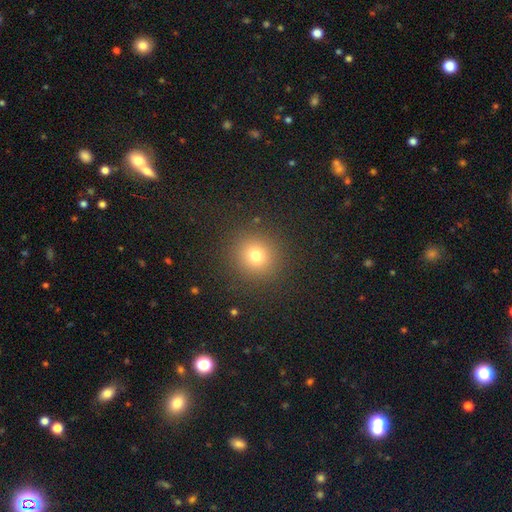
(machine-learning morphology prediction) This appears to be a smooth galaxy with no disk features (76%) that is round (91%). Merging: none (90%).